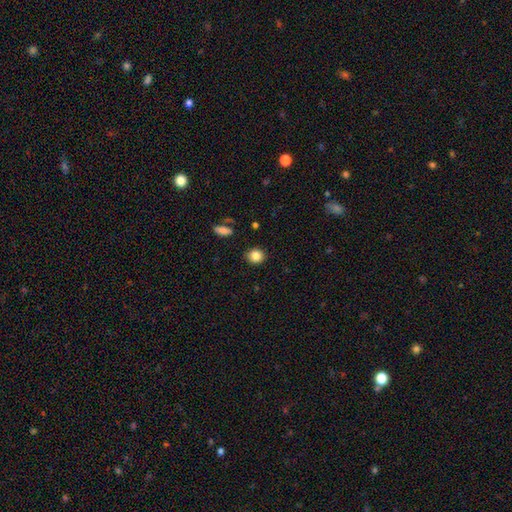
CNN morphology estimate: Smooth or featured: smooth — 84% (star or artifact — 10%)
How rounded: round — 77% (in between — 22%)
Merging: none — 89% (minor disturbance — 8%)